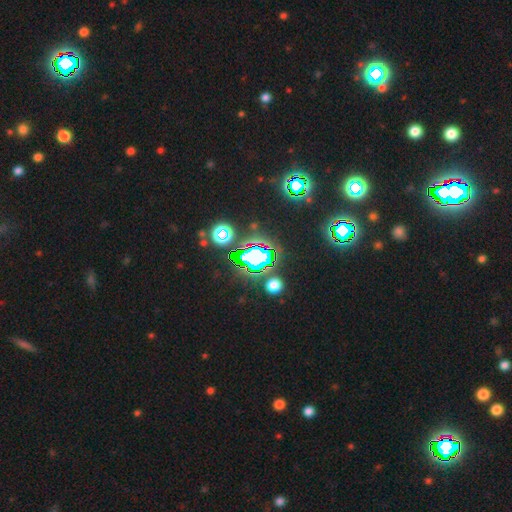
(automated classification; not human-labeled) This appears to be a star or artifact, not a galaxy (69%).